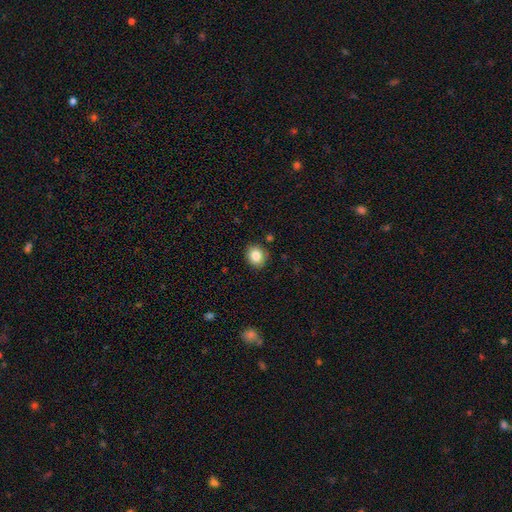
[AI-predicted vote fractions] Q: Smooth or featured?
A: smooth (84%); runner-up: star or artifact (9%)
Q: How rounded?
A: round (75%); runner-up: in between (24%)
Q: Merging?
A: none (87%); runner-up: minor disturbance (9%)